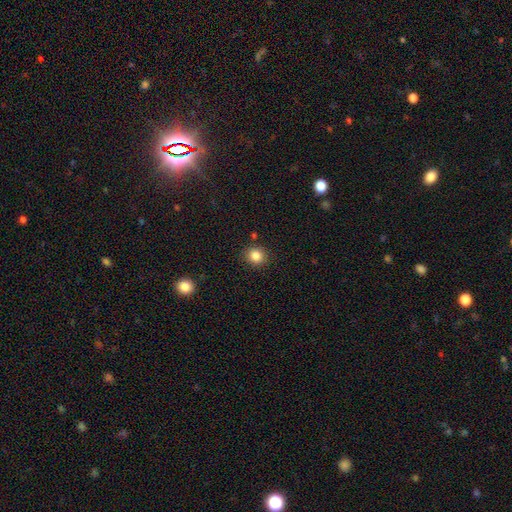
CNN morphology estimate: Q: Smooth or featured?
A: smooth (85%); runner-up: star or artifact (11%)
Q: How rounded?
A: round (82%); runner-up: in between (17%)
Q: Merging?
A: none (88%); runner-up: minor disturbance (7%)